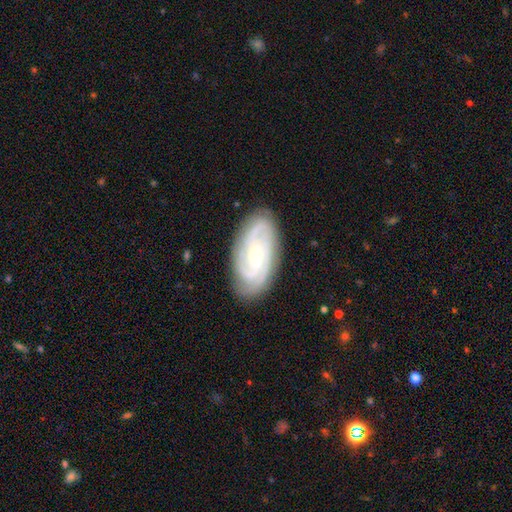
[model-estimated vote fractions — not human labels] smooth_or_featured: featured or disk (p=0.87) [alt: smooth p=0.08]
disk_edge_on: no (p=0.96) [alt: yes p=0.04]
bar: no (p=0.50) [alt: weak p=0.39]
has_spiral_arms: yes (p=0.98) [alt: no p=0.02]
spiral_winding: tight (p=0.68) [alt: medium p=0.28]
spiral_arm_count: 3 (p=0.38) [alt: 2 p=0.21]
bulge_size: small (p=0.63) [alt: moderate p=0.33]
merging: none (p=0.82) [alt: minor disturbance p=0.13]